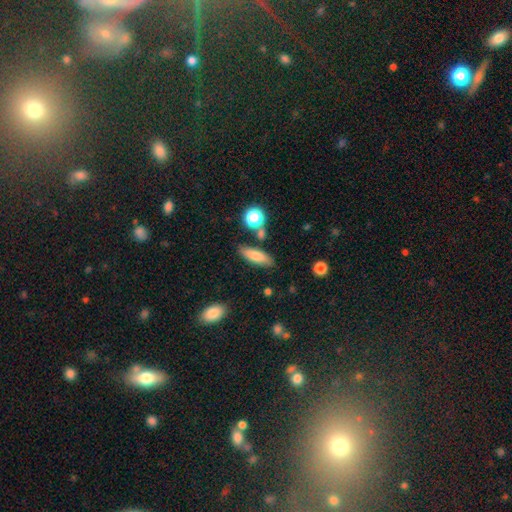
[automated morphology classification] Smooth or featured: smooth — 77% (featured or disk — 15%)
How rounded: in between — 57% (cigar-shaped — 40%)
Merging: none — 78% (minor disturbance — 13%)